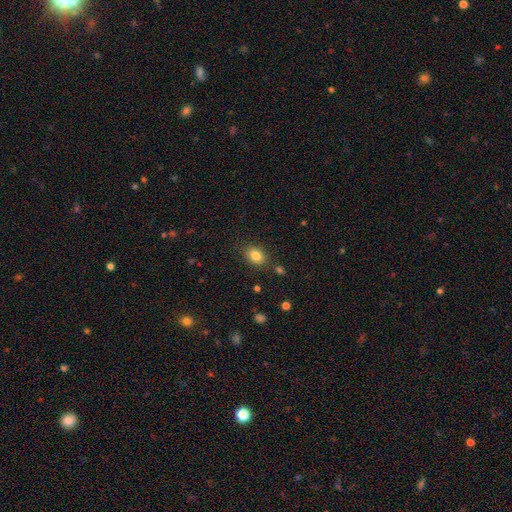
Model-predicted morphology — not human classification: A smooth galaxy with no disk features (83%) that is in between round and cigar-shaped (70%). Merging: none (83%).